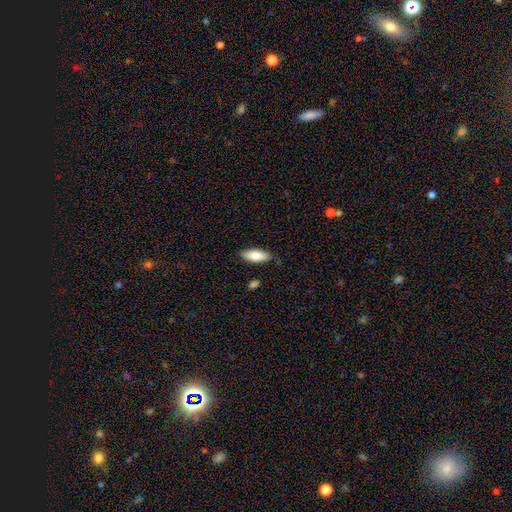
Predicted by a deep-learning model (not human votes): smooth_or_featured: smooth (p=0.82) [alt: featured or disk p=0.12]
how_rounded: in between (p=0.74) [alt: cigar-shaped p=0.24]
merging: none (p=0.85) [alt: minor disturbance p=0.11]